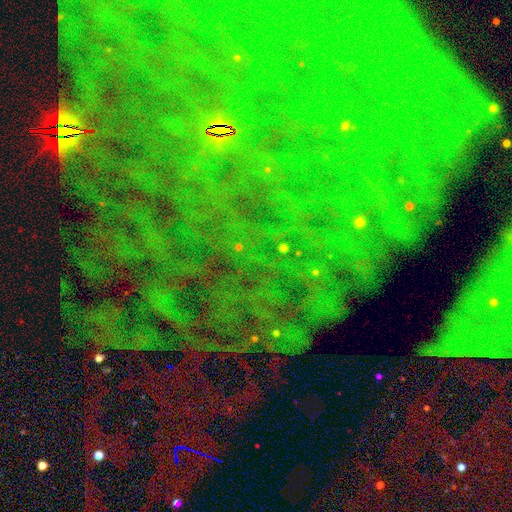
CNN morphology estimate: Smooth or featured? star or artifact (82%)